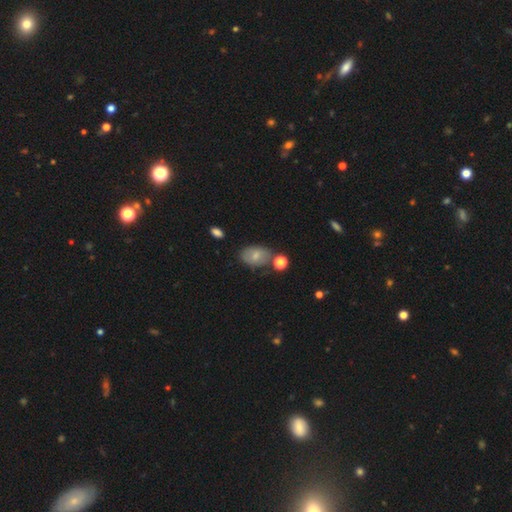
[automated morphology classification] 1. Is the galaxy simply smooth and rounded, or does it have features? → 69% smooth, 22% featured or disk, 9% star or artifact.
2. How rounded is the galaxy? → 83% in between, 15% round, 1% cigar-shaped.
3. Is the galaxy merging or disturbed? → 61% none, 23% minor disturbance, 10% merger, 7% major disturbance.